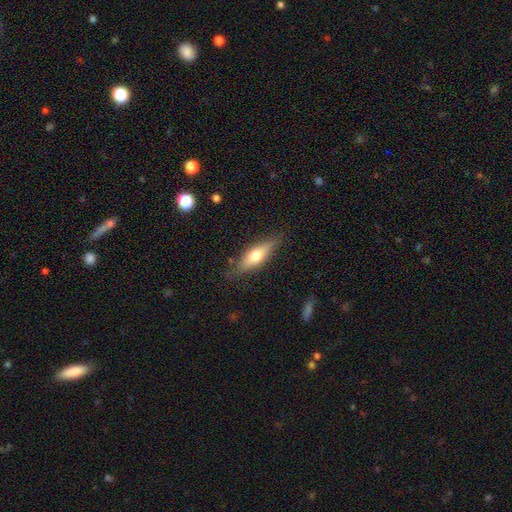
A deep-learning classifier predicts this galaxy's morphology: smooth_or_featured: smooth (p=0.59) [alt: featured or disk p=0.34]
how_rounded: in between (p=0.50) [alt: cigar-shaped p=0.47]
merging: none (p=0.80) [alt: minor disturbance p=0.15]